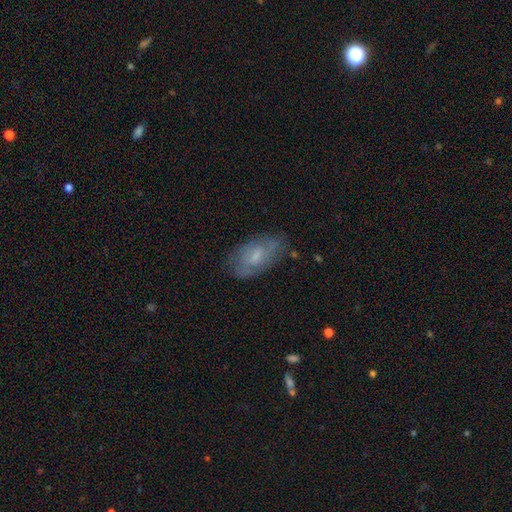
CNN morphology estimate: Smooth or featured? featured or disk (47%)
Merging? none (70%)